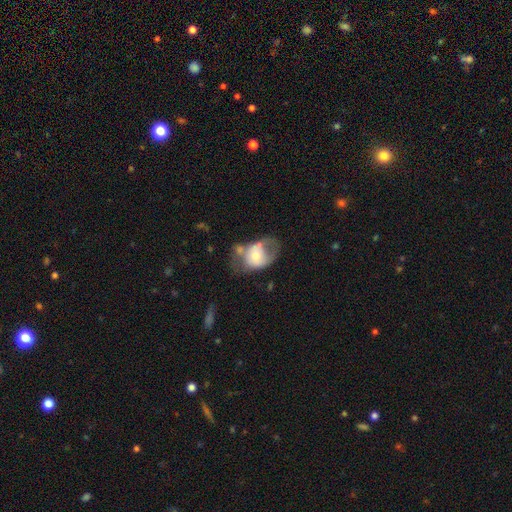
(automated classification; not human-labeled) This appears to be a smooth galaxy with no disk features (47%). Merging: major disturbance (32%).